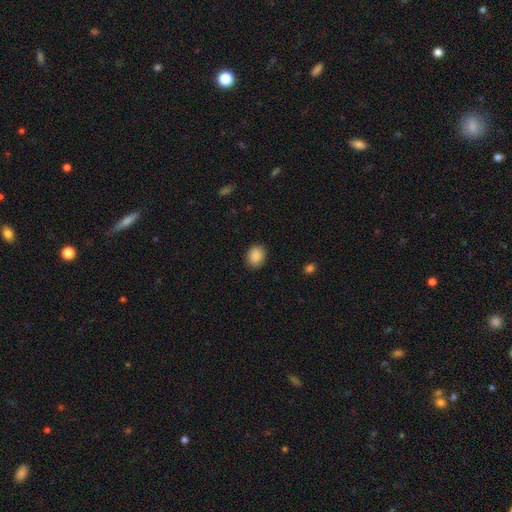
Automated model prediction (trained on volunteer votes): The model was most divided on "how rounded": round: 55%, in between: 44%, cigar-shaped: 1%. More confident: smooth or featured — smooth (89%); merging — none (86%).